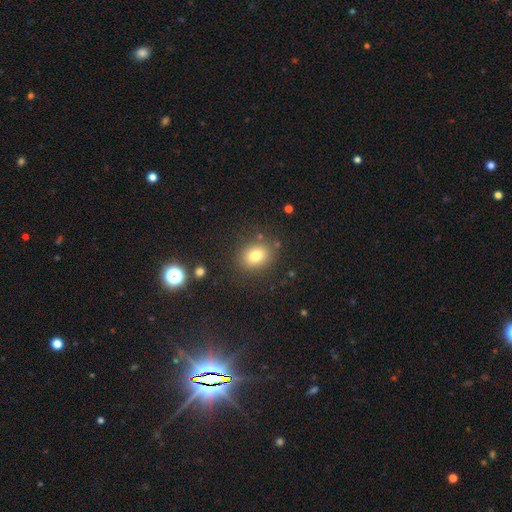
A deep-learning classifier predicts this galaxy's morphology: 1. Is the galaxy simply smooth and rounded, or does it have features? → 78% smooth, 12% star or artifact, 10% featured or disk.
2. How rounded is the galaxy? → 54% round, 45% in between, 1% cigar-shaped.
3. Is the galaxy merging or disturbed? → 82% none, 11% minor disturbance, 4% major disturbance, 3% merger.